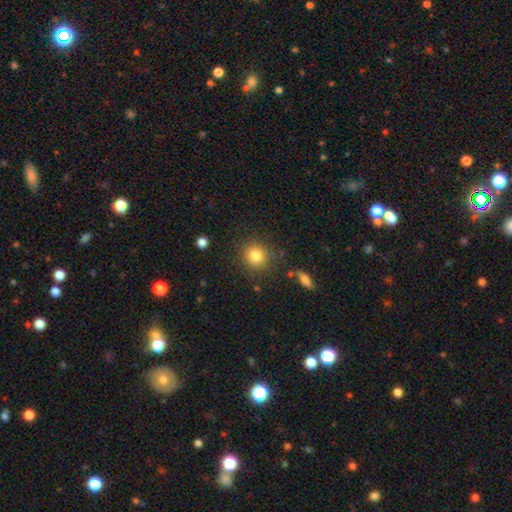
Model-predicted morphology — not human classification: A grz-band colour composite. It shows a smooth galaxy with no disk features (83%) that is round (90%). Merging: none (85%).